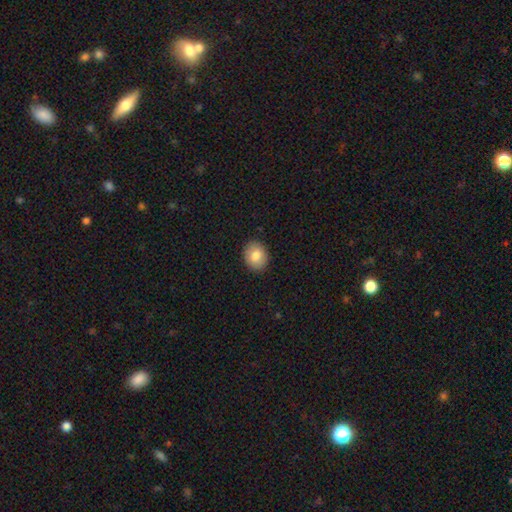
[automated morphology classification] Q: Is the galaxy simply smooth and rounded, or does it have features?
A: smooth — 82%.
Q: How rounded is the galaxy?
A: round — 55%.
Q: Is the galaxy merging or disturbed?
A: none — 90%.